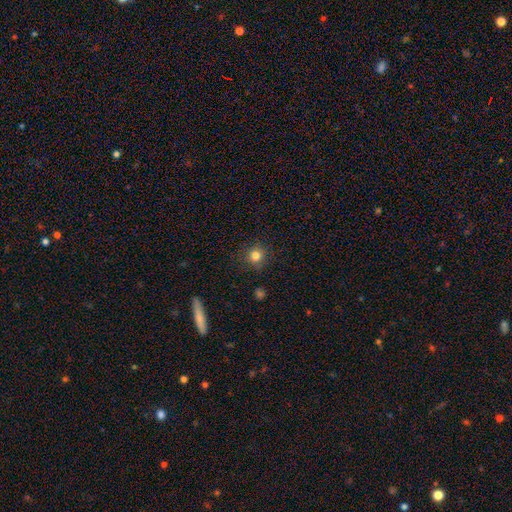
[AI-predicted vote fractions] Overall: smooth (81%). How rounded: round (91%). Merging: none (87%).